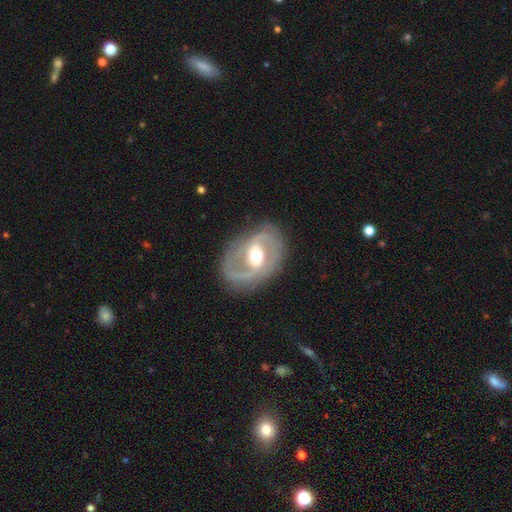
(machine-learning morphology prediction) Smooth or featured? Predicted: featured or disk (p=0.85). Edge-on disk? Predicted: no (p=0.96). Bar? Predicted: weak (p=0.46). Spiral arms? Predicted: yes (p=0.92). Spiral winding? Predicted: medium (p=0.48). Spiral arm count? Predicted: 2 (p=0.85). Bulge size? Predicted: moderate (p=0.72). Merging? Predicted: none (p=0.78).